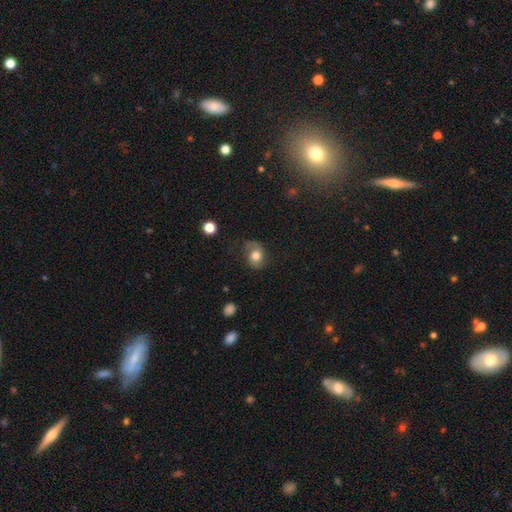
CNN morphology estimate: Overall: smooth (61%; featured or disk 29%). How rounded: round (50%; in between 49%). Merging: none (60%; minor disturbance 26%).